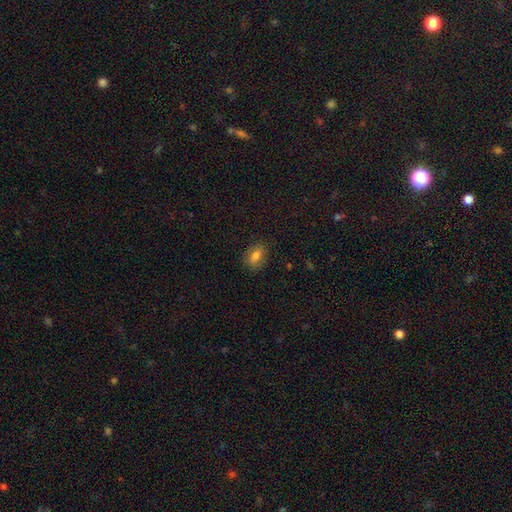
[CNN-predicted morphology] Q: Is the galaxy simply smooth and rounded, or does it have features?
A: smooth — 78%.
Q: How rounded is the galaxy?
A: in between — 78%.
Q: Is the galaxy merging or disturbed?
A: none — 83%.